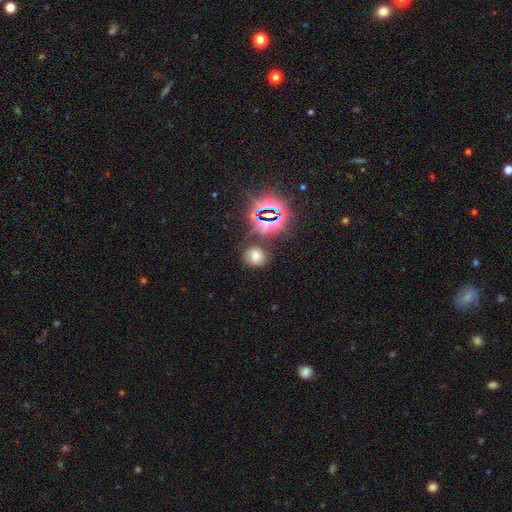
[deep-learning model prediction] Smooth or featured?
  - smooth: 52% *
  - star or artifact: 33%
  - featured or disk: 15%
How rounded?
  - round: 70% *
  - in between: 29%
  - cigar-shaped: 1%
Merging?
  - none: 74% *
  - minor disturbance: 14%
  - merger: 6%
  - major disturbance: 5%